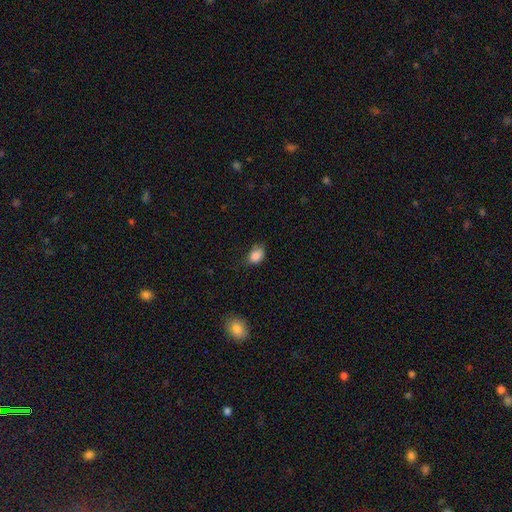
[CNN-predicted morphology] Smooth or featured? smooth (86%)
How rounded? in between (72%)
Merging? none (59%)